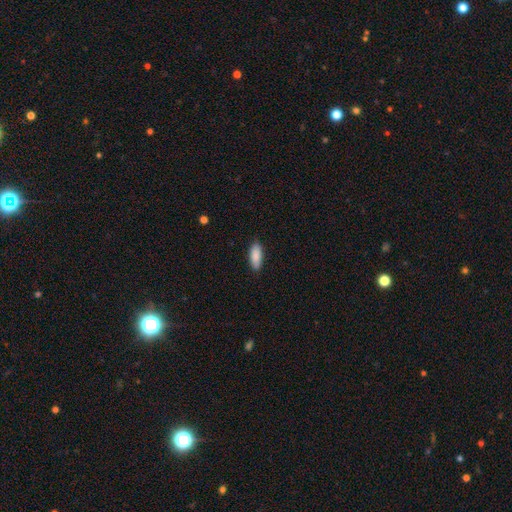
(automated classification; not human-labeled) Overall: smooth (89%). How rounded: in between (75%). Merging: none (88%).